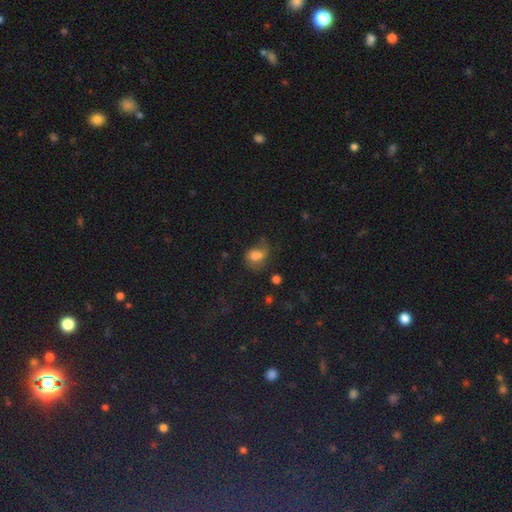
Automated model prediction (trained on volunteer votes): A smooth galaxy with no disk features (67%) that is in between round and cigar-shaped (59%).

Vote fractions:
- Smooth or featured? smooth: 67% / featured or disk: 20% / star or artifact: 13%
- How rounded? in between: 59% / round: 40% / cigar-shaped: 1%
- Merging? none: 37% / minor disturbance: 30% / major disturbance: 27% / merger: 6%